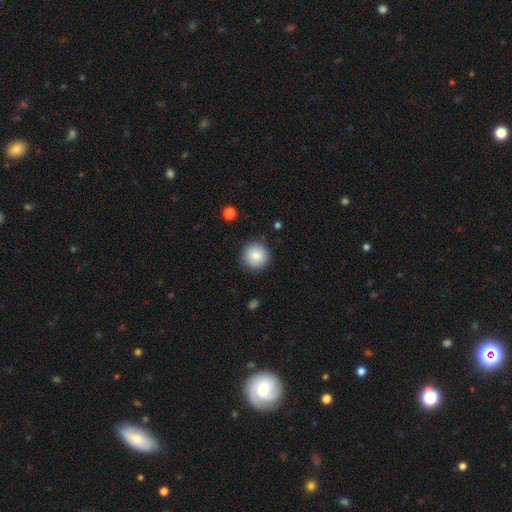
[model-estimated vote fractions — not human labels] Smooth or featured: smooth — 83% (featured or disk — 9%)
How rounded: round — 95% (in between — 4%)
Merging: none — 89% (minor disturbance — 7%)